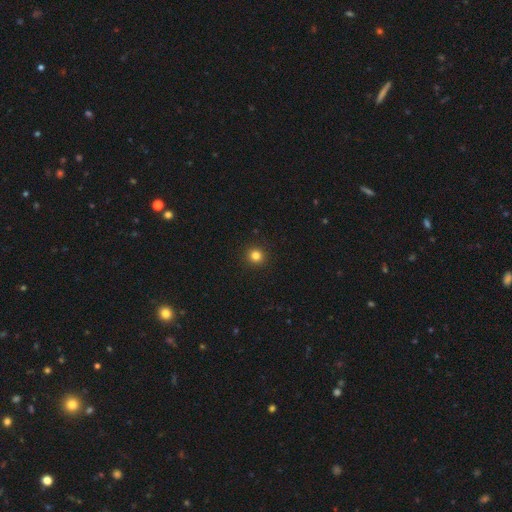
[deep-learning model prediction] This appears to be a smooth galaxy with no disk features (82%) that is round (94%). Merging: none (93%).